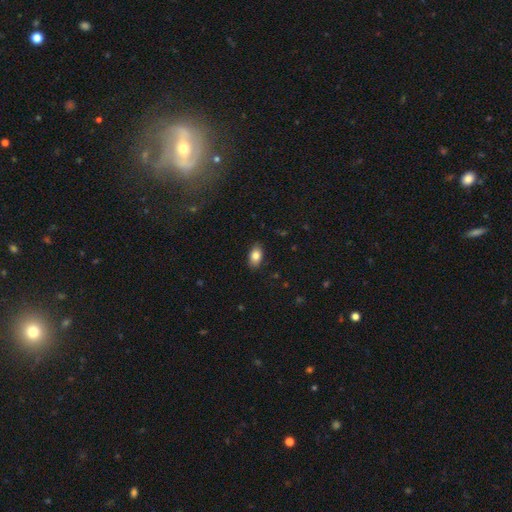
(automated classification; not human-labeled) smooth_or_featured: smooth (p=0.83) [alt: featured or disk p=0.09]
how_rounded: in between (p=0.90) [alt: round p=0.08]
merging: none (p=0.87) [alt: minor disturbance p=0.10]